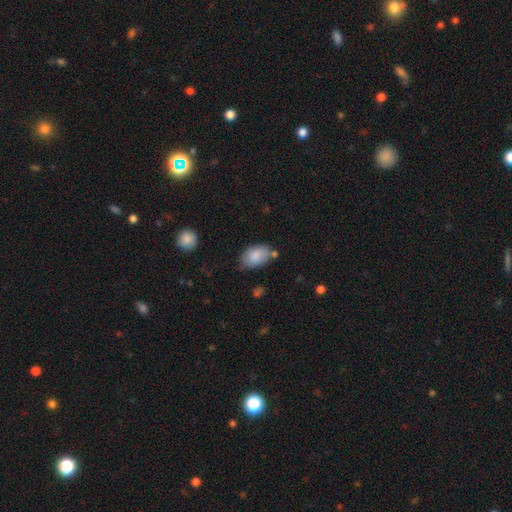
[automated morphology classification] Smooth or featured: smooth — 84% (featured or disk — 9%)
How rounded: in between — 92% (round — 7%)
Merging: none — 61% (minor disturbance — 26%)